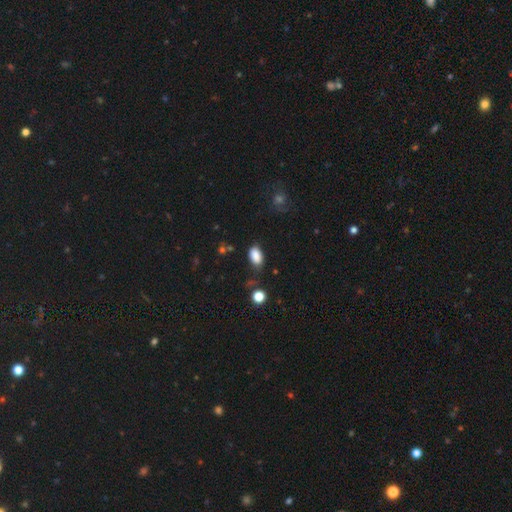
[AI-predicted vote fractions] Smooth or featured: smooth — 87% (star or artifact — 9%)
How rounded: in between — 92% (round — 6%)
Merging: none — 69% (minor disturbance — 22%)